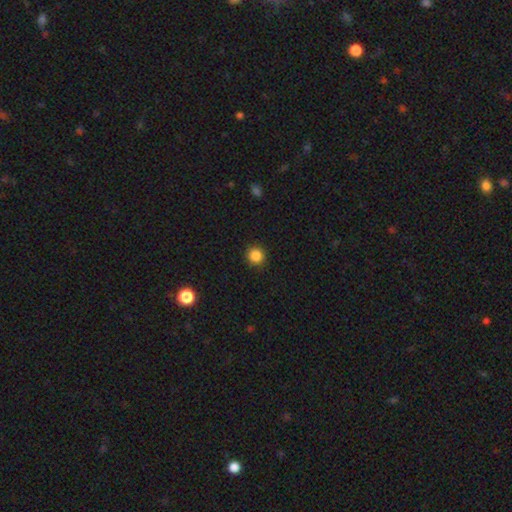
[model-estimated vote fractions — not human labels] This appears to be a smooth galaxy with no disk features (86%) that is round (93%). Merging: none (92%).